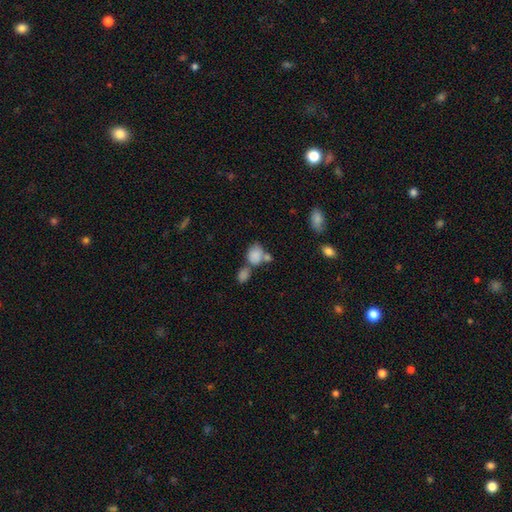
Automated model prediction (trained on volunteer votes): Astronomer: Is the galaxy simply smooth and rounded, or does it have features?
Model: smooth — 82%.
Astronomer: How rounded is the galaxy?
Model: in between — 55% (runner-up: round, 43%).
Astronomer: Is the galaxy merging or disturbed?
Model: merger — 48% (runner-up: none, 33%).